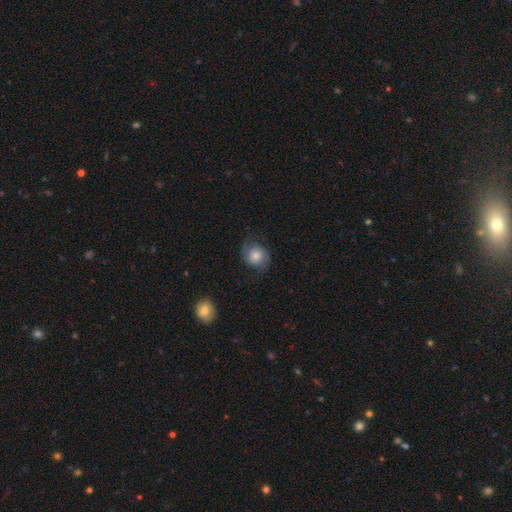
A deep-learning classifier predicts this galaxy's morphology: smooth 51%, featured or disk 41%, star or artifact 9%. Down the decision tree: how rounded — round (81%); merging — none (72%).